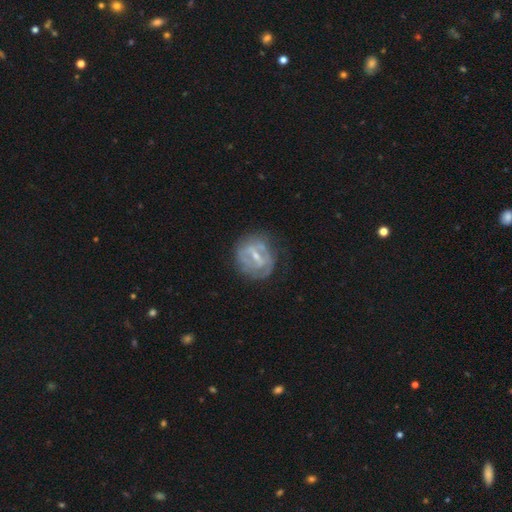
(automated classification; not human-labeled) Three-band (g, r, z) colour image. It shows a featured or disk galaxy (74%) with a weak bar (45%), spiral arms (63%) and a small central bulge (54%). Merging: none (64%).